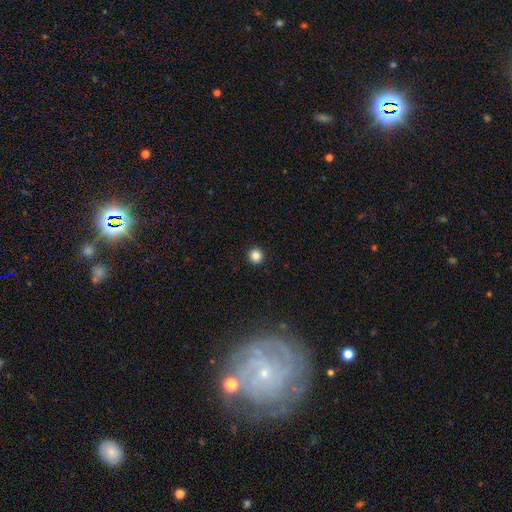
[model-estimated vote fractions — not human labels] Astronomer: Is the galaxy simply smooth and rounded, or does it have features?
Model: smooth — 85%.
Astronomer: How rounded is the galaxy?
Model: round — 94%.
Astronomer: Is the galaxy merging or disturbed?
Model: none — 94%.